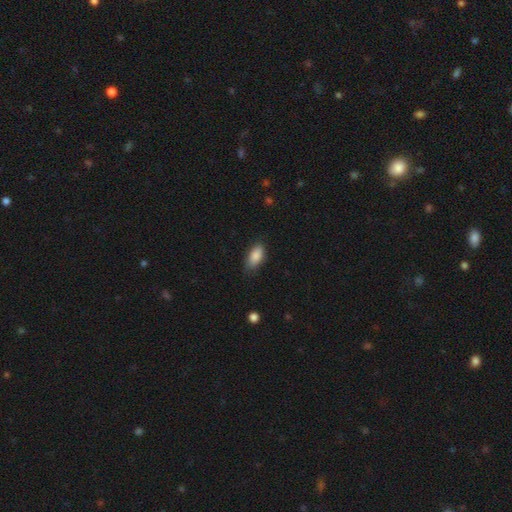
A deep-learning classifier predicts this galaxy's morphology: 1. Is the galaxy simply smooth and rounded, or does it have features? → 87% smooth, 7% star or artifact, 6% featured or disk.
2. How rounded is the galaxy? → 89% in between, 9% cigar-shaped, 3% round.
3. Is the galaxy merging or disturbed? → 78% none, 18% minor disturbance, 3% major disturbance, 1% merger.